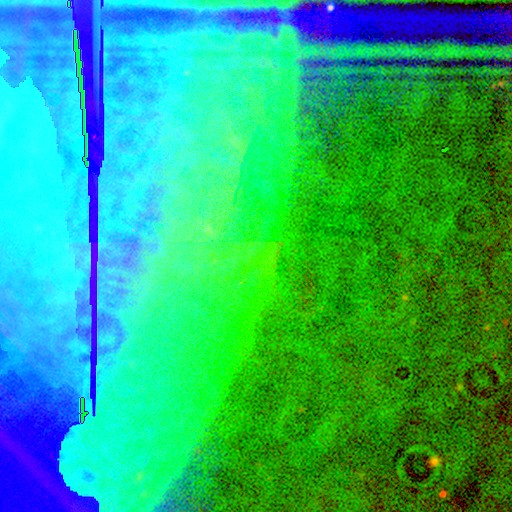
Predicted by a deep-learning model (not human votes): This is likely a star or artifact rather than a galaxy (73%).